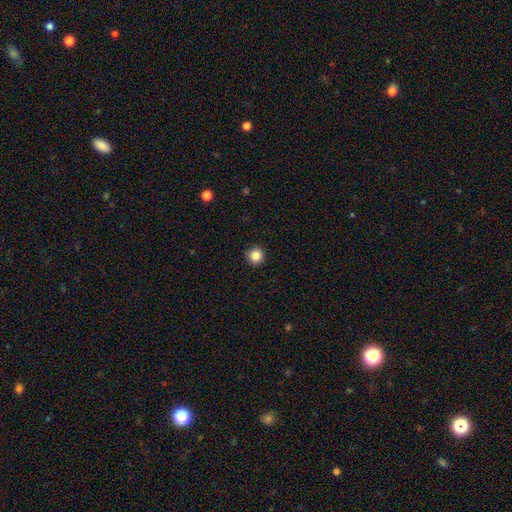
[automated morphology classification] Smooth or featured?
  - smooth: 86% *
  - star or artifact: 10%
  - featured or disk: 4%
How rounded?
  - round: 95% *
  - in between: 4%
  - cigar-shaped: 1%
Merging?
  - none: 92% *
  - minor disturbance: 5%
  - major disturbance: 2%
  - merger: 1%